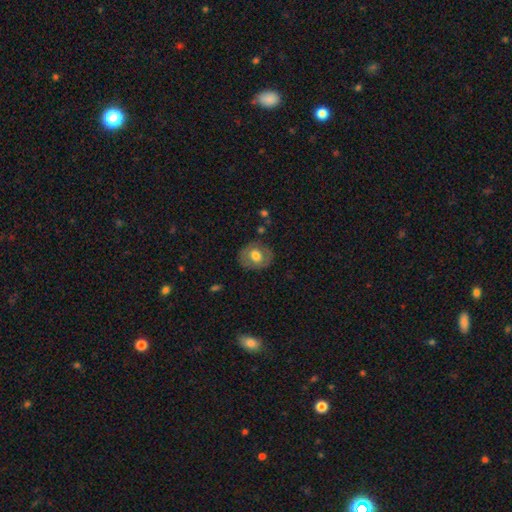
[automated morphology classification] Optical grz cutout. It shows a smooth galaxy with no disk features (62%) that is round (62%). Merging: none (81%).